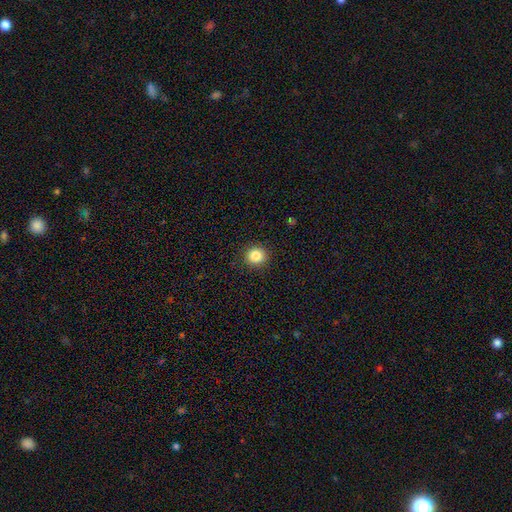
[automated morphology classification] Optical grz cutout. It shows a smooth galaxy with no disk features (85%) that is round (91%). Merging: none (92%).